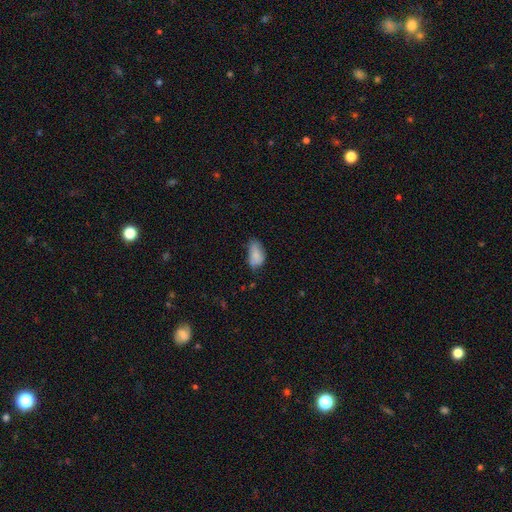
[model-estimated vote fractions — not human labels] Smooth or featured? Predicted: smooth (p=0.81). How rounded? Predicted: in between (p=0.92). Merging? Predicted: none (p=0.45).